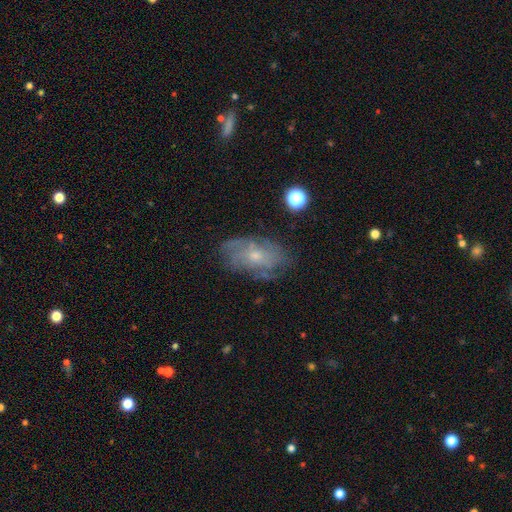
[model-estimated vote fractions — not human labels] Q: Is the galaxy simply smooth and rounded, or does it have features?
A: featured or disk — 65%.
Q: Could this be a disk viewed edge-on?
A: no — 94%.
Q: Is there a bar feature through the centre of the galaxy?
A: no — 79%.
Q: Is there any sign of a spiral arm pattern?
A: yes — 75%.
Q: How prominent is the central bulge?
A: small — 63%.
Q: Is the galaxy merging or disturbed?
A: none — 69%.